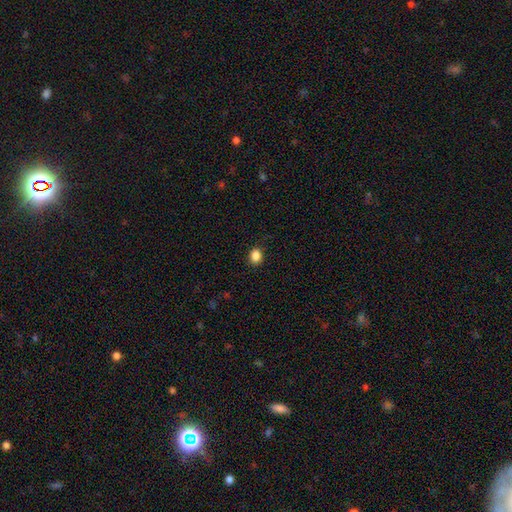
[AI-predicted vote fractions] A smooth galaxy with no disk features (87%) that is round (55%).

Vote fractions:
- Smooth or featured? smooth: 87% / star or artifact: 10% / featured or disk: 3%
- How rounded? round: 55% / in between: 44% / cigar-shaped: 1%
- Merging? none: 89% / minor disturbance: 8% / major disturbance: 2% / merger: 1%